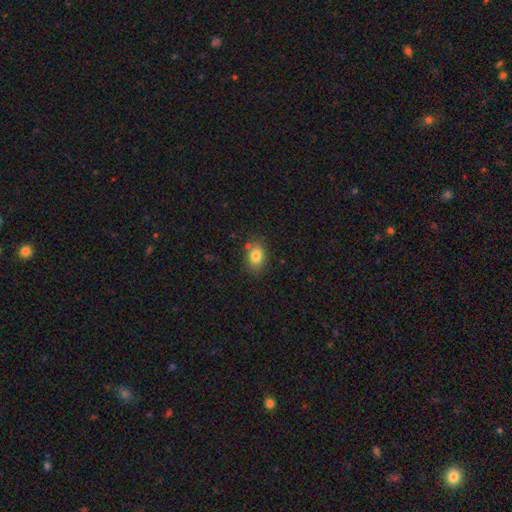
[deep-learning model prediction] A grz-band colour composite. It shows a smooth galaxy with no disk features (81%) that is in between round and cigar-shaped (77%). Merging: none (78%).